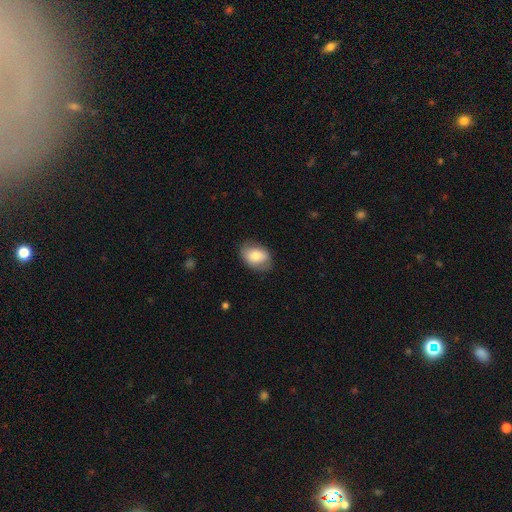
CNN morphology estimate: Overall: smooth (74%). How rounded: in between (80%). Merging: none (77%).